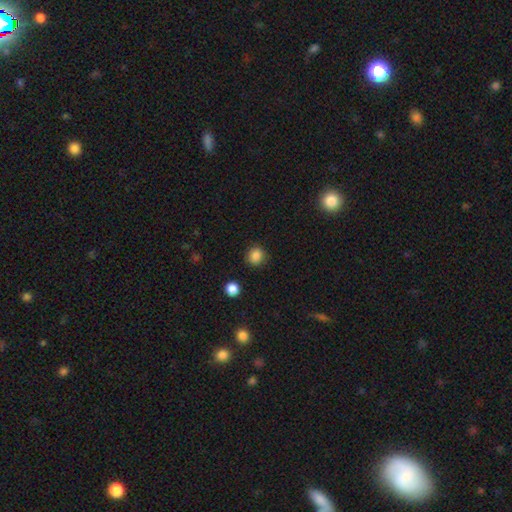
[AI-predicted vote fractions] Smooth or featured? Predicted: smooth (p=0.86). How rounded? Predicted: round (p=0.80). Merging? Predicted: none (p=0.86).